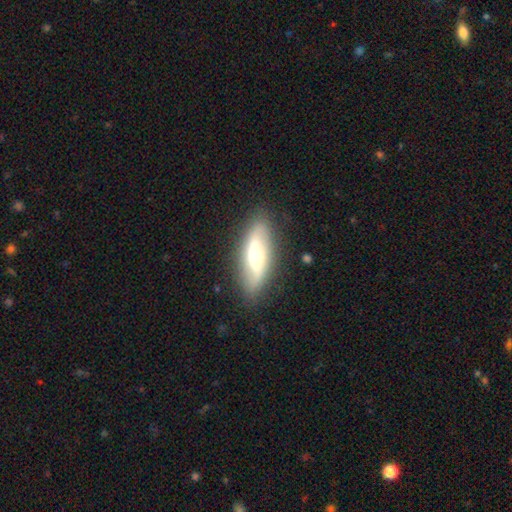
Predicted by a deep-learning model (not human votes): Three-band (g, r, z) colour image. It shows a featured or disk galaxy (59%). Merging: none (83%).